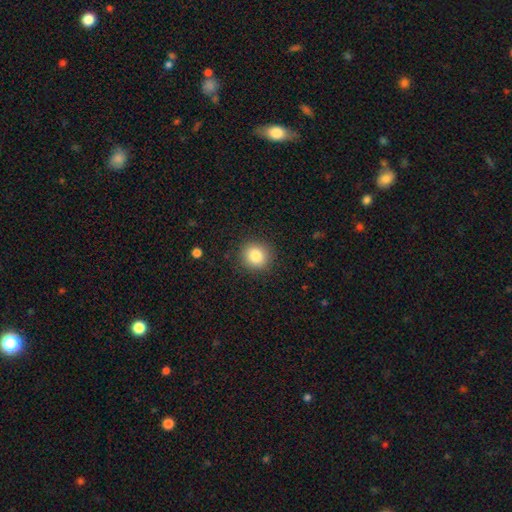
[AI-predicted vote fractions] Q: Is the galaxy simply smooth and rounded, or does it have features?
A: smooth — 84%.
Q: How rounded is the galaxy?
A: round — 90%.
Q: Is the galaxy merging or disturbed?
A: none — 90%.